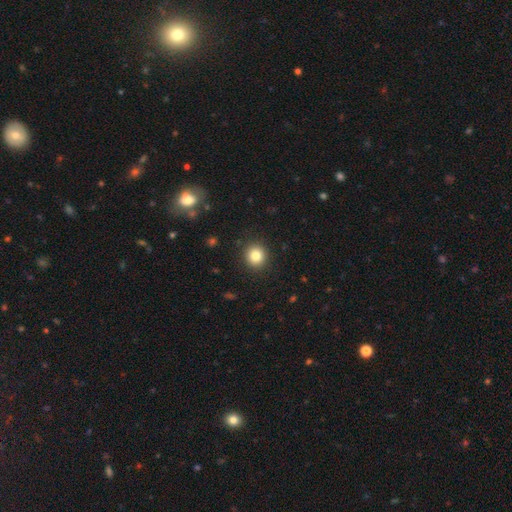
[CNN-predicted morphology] Smooth or featured? smooth (83%)
How rounded? round (90%)
Merging? none (91%)